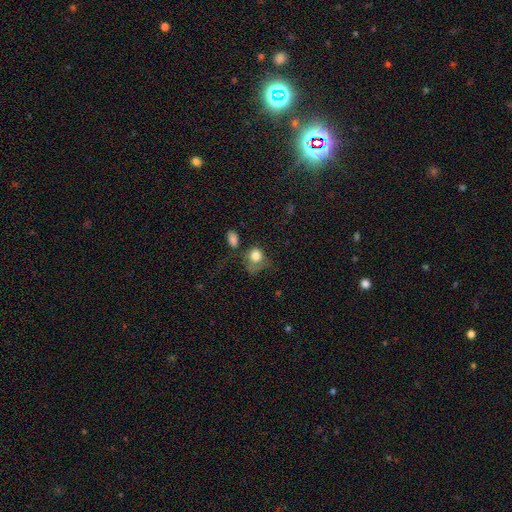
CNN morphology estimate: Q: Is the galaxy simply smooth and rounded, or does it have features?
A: smooth — 79%.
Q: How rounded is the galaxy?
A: round — 66%.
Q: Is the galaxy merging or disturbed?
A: none — 32%.